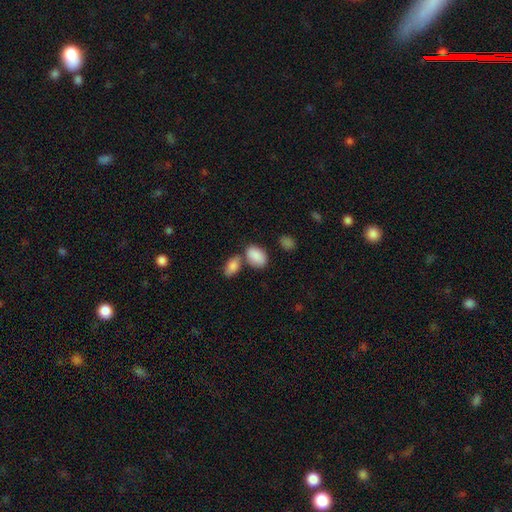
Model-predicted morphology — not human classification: A smooth galaxy with no disk features (88%) that is in between round and cigar-shaped (92%). Merging: none (54%).